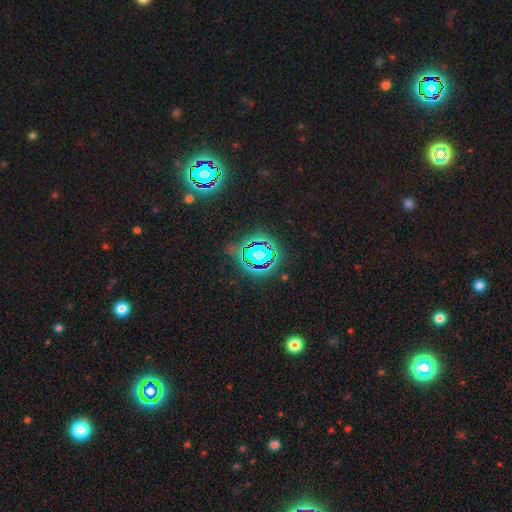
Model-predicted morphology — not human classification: type=star or artifact (68%).